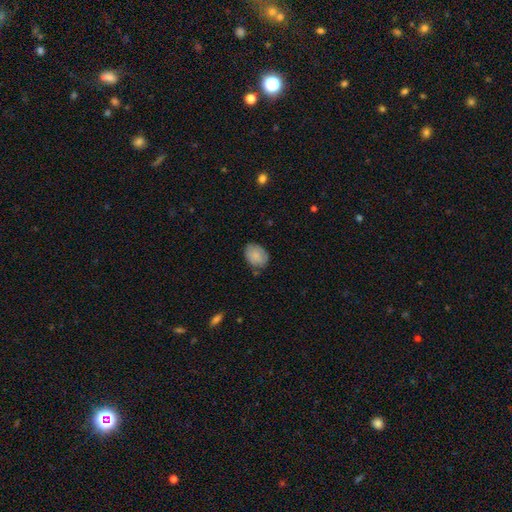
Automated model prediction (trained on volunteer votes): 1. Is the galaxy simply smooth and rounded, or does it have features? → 84% smooth, 9% featured or disk, 7% star or artifact.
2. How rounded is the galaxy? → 72% in between, 27% round, 1% cigar-shaped.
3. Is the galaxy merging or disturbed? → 70% none, 23% minor disturbance, 4% major disturbance, 3% merger.